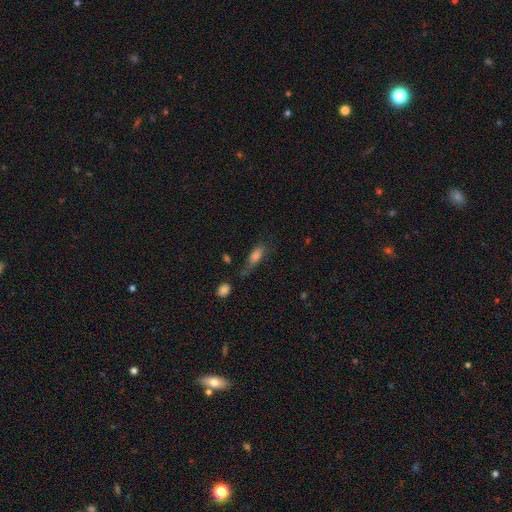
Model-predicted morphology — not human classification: Smooth or featured?
  - smooth: 73% *
  - featured or disk: 16%
  - star or artifact: 11%
How rounded?
  - in between: 66% *
  - cigar-shaped: 30%
  - round: 4%
Merging?
  - none: 45% *
  - minor disturbance: 28%
  - major disturbance: 18%
  - merger: 9%